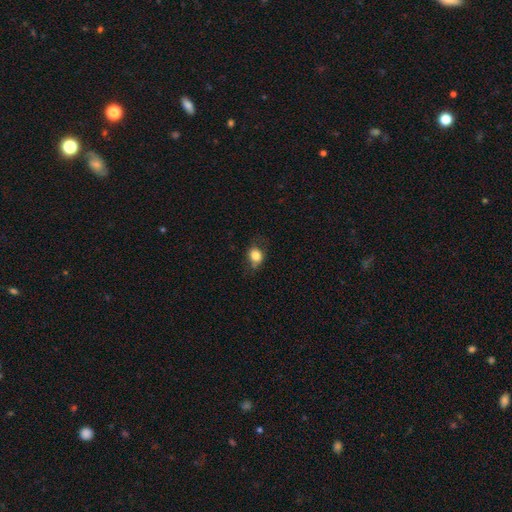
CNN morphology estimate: smooth_or_featured: smooth (p=0.81) [alt: featured or disk p=0.10]
how_rounded: round (p=0.52) [alt: in between p=0.47]
merging: none (p=0.62) [alt: minor disturbance p=0.26]